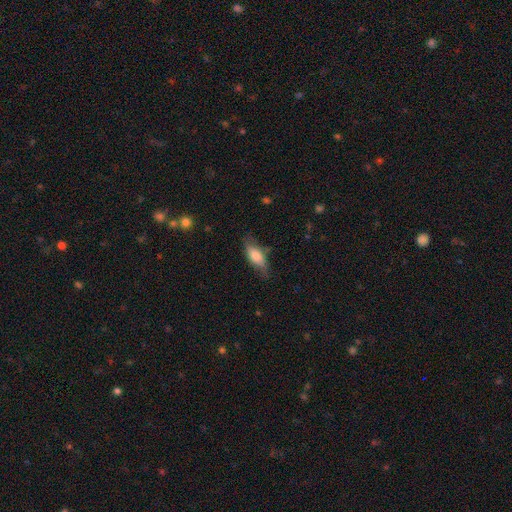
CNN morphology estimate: Smooth or featured? smooth (72%)
How rounded? in between (72%)
Merging? none (67%)